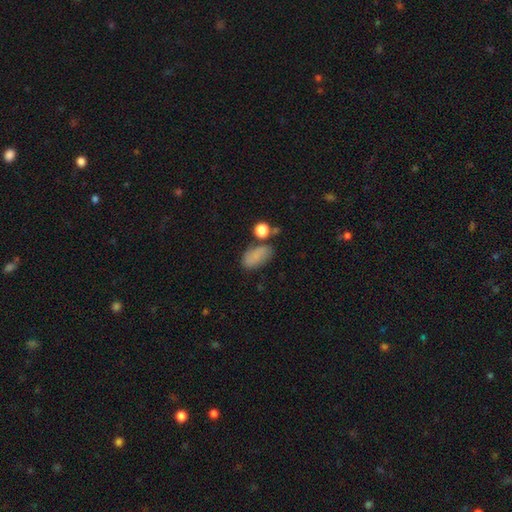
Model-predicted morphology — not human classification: Q: Smooth or featured?
A: smooth (77%); runner-up: featured or disk (13%)
Q: How rounded?
A: in between (89%); runner-up: round (9%)
Q: Merging?
A: none (61%); runner-up: minor disturbance (21%)